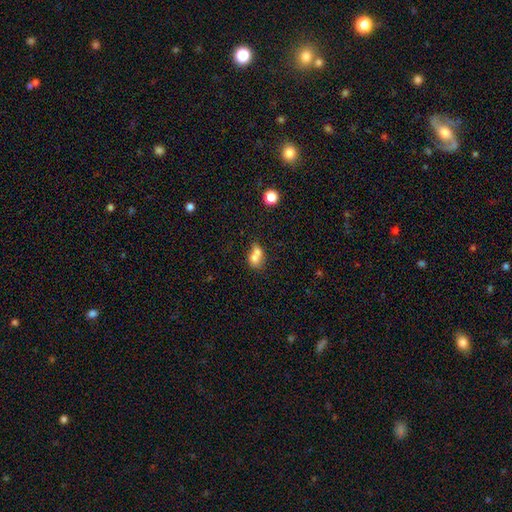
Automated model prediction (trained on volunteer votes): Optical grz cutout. It shows a smooth galaxy with no disk features (70%) that is in between round and cigar-shaped (56%). Merging: merger (65%).